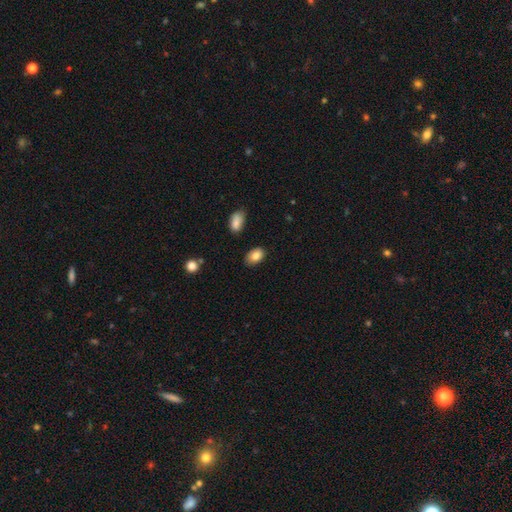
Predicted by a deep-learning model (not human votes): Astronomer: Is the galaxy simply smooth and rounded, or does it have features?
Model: smooth — 84%.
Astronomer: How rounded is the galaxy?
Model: in between — 88%.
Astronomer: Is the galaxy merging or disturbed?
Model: none — 83%.